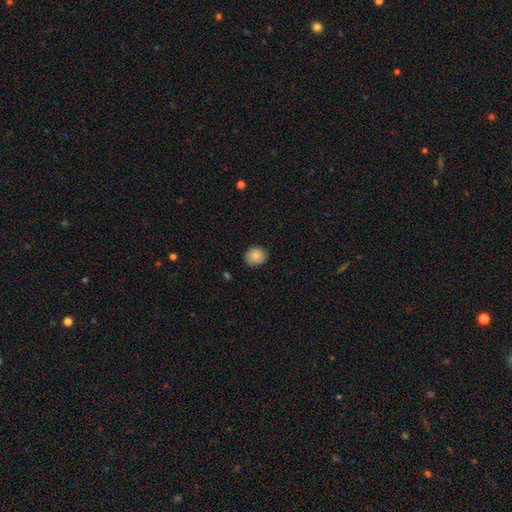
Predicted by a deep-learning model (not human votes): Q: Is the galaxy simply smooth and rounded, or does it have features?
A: smooth — 83%.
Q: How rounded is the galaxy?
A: round — 75%.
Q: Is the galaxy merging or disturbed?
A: none — 82%.